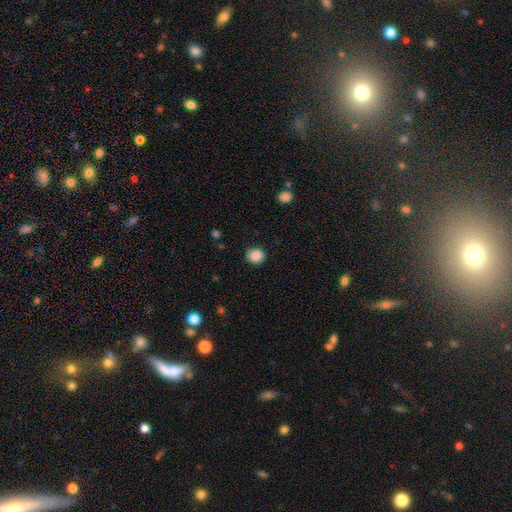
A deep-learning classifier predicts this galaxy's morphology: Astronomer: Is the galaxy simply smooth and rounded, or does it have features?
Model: smooth — 87%.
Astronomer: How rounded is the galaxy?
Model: round — 79%.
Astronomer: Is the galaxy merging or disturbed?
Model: none — 80%.